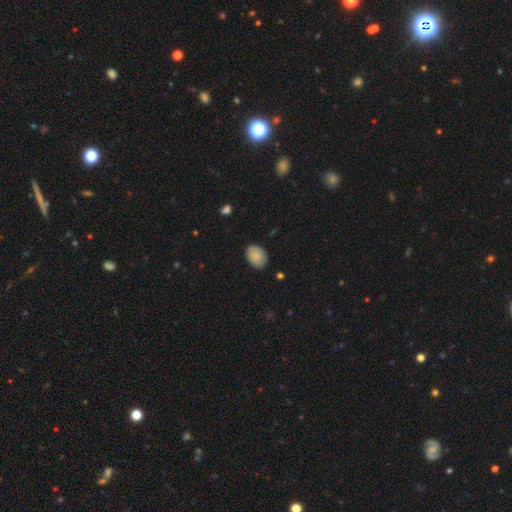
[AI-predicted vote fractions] Smooth or featured? smooth (87%)
How rounded? in between (77%)
Merging? none (82%)